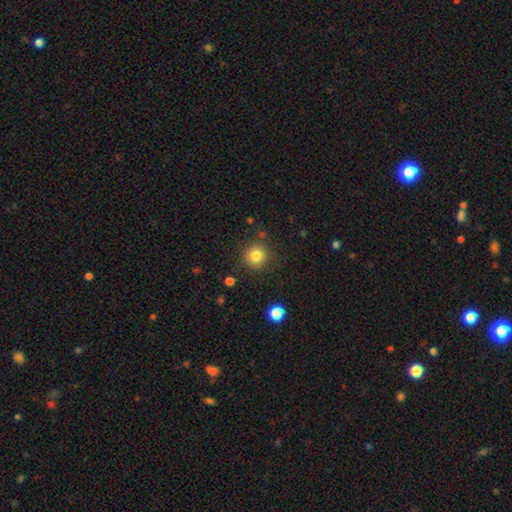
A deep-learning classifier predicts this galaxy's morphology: This appears to be a smooth galaxy with no disk features (83%) that is round (93%). Merging: none (87%).